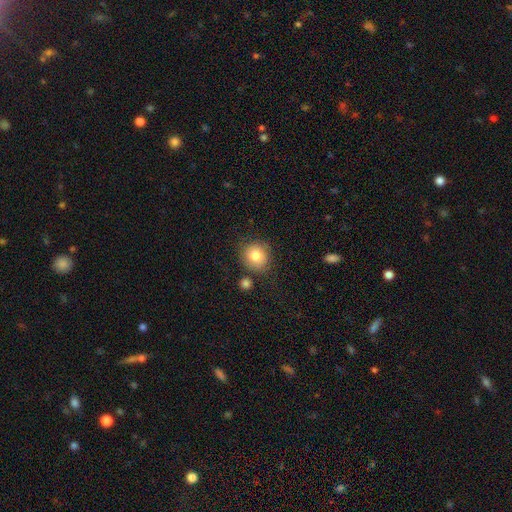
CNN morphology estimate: smooth_or_featured: smooth (p=0.79) [alt: featured or disk p=0.11]
how_rounded: round (p=0.87) [alt: in between p=0.12]
merging: none (p=0.79) [alt: minor disturbance p=0.12]